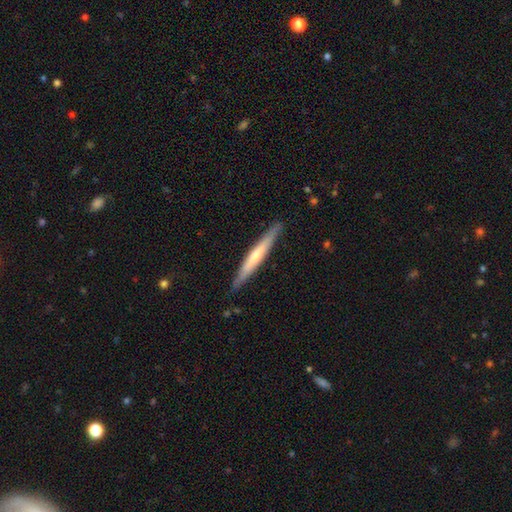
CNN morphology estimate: Overall: featured or disk (53%; smooth 42%). Edge-on disk: yes (95%). Edge-on bulge: rounded (53%; none 41%). Merging: none (89%).